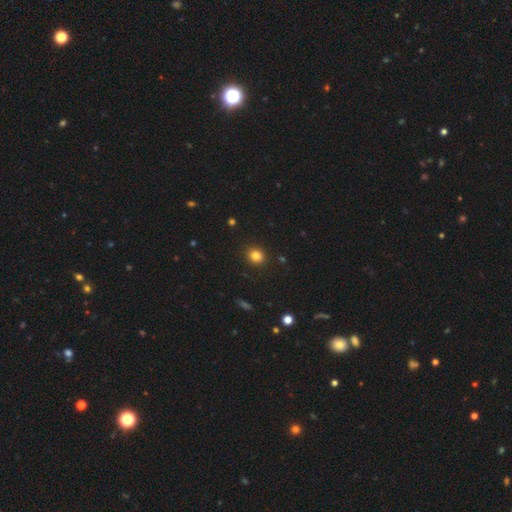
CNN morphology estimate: Overall: smooth (82%). How rounded: round (68%; in between 31%). Merging: none (89%).